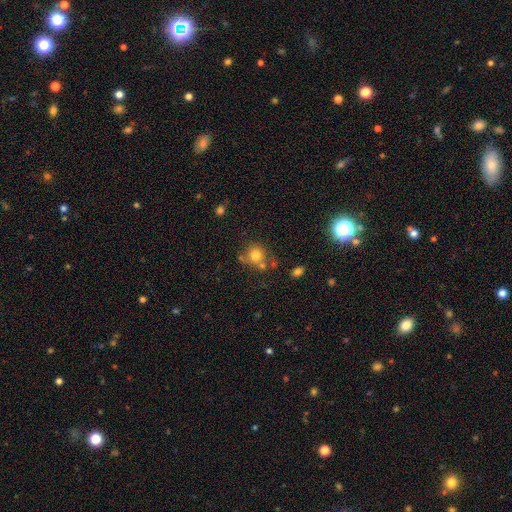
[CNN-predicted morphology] This is likely a smooth galaxy (77%). How rounded: clearly round (84%). Merging: possibly none (59%).